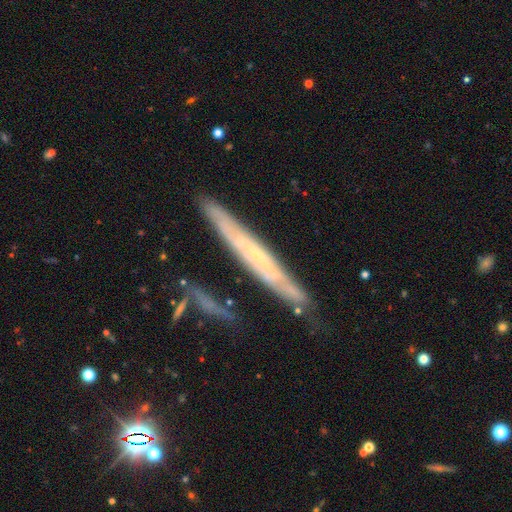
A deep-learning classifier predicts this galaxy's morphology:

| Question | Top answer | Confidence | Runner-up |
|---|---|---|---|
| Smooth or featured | featured or disk | 68% | smooth (24%) |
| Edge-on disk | yes | 74% | no (26%) |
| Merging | none | 75% | minor disturbance (17%) |